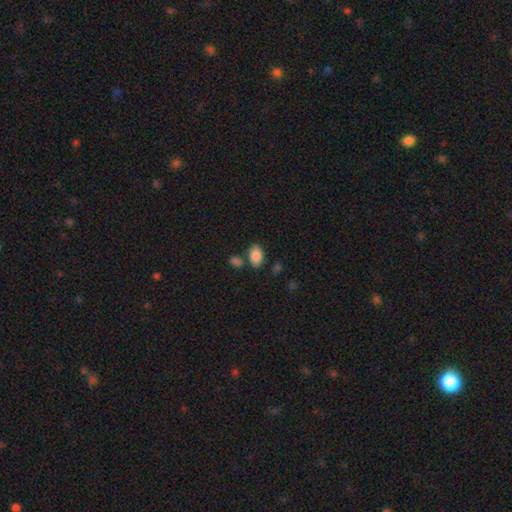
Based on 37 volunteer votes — Overall: smooth (89%). How rounded: in between (88%). Merging: none (63%; minor disturbance 26%).